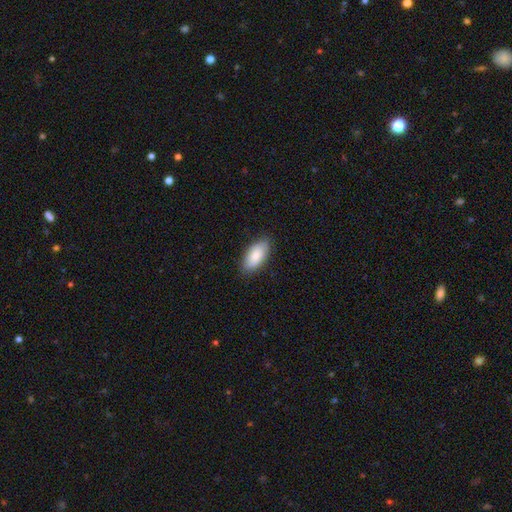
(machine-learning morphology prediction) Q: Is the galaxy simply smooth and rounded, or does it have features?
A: smooth — 84%.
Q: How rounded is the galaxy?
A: in between — 91%.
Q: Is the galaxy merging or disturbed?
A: none — 85%.